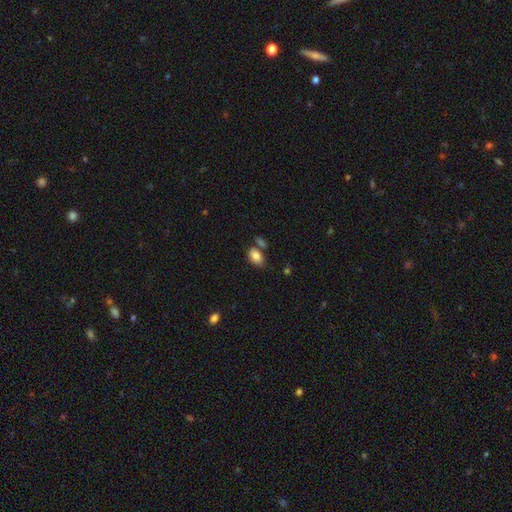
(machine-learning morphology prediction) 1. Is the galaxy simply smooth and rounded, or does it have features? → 84% smooth, 8% star or artifact, 8% featured or disk.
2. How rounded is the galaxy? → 89% in between, 10% round, 2% cigar-shaped.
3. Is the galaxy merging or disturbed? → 59% none, 19% merger, 17% minor disturbance, 5% major disturbance.